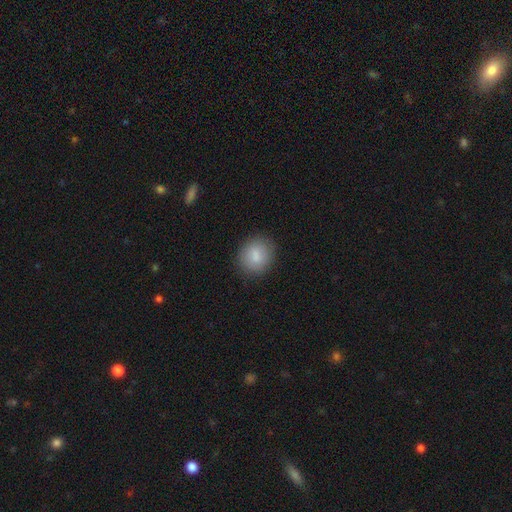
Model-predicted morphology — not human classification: This appears to be a smooth galaxy with no disk features (84%) that is round (68%). Merging: none (85%).